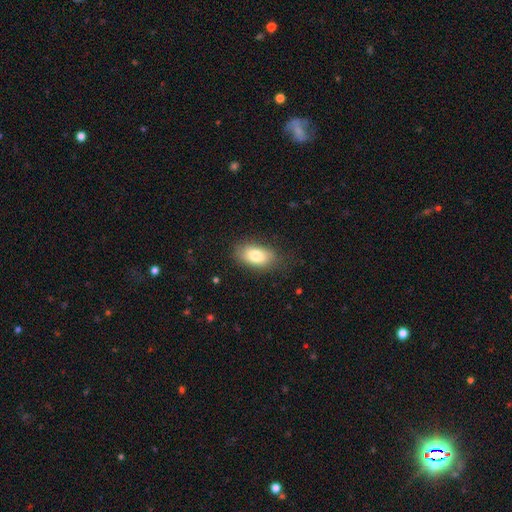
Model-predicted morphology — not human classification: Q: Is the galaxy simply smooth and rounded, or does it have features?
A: smooth — 81%.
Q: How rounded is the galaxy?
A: in between — 91%.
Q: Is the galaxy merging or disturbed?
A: none — 76%.